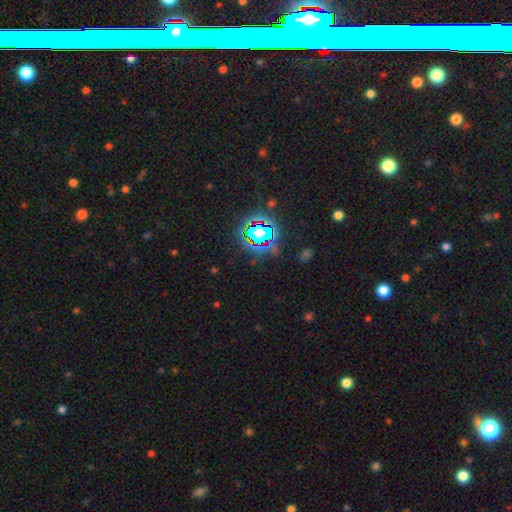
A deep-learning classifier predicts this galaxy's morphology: Smooth or featured?
  - star or artifact: 82% *
  - smooth: 11%
  - featured or disk: 7%